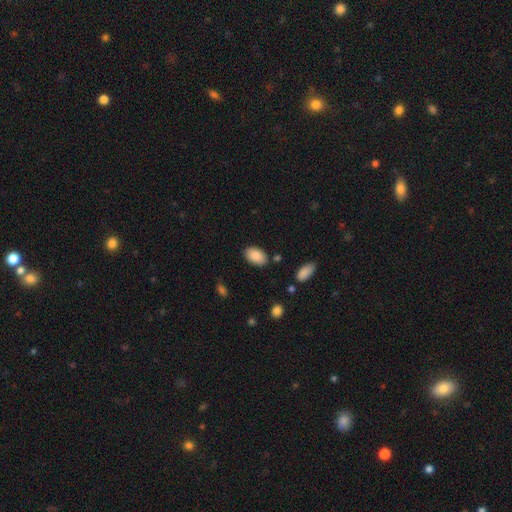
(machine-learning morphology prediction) Smooth or featured? Predicted: smooth (p=0.87). How rounded? Predicted: in between (p=0.93). Merging? Predicted: none (p=0.84).